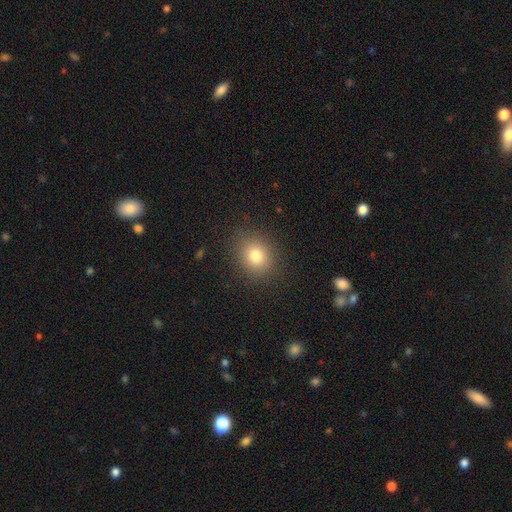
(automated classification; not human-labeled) A smooth galaxy with no disk features (79%) that is round (71%).

Vote fractions:
- Smooth or featured? smooth: 79% / star or artifact: 13% / featured or disk: 8%
- How rounded? round: 71% / in between: 28% / cigar-shaped: 1%
- Merging? none: 88% / minor disturbance: 8% / major disturbance: 3% / merger: 1%